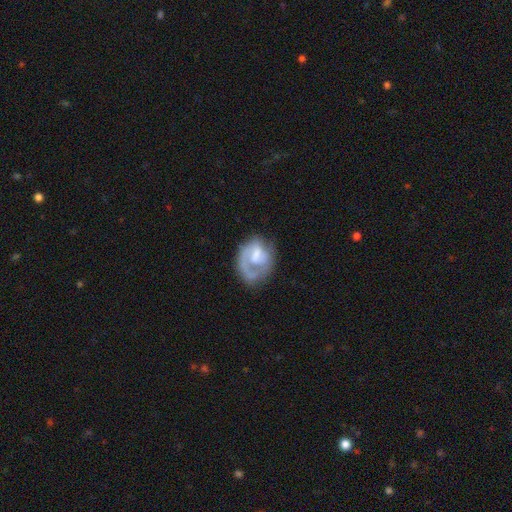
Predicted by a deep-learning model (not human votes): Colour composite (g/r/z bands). It shows a featured or disk galaxy (64%) with no bar (46%), spiral arms (76%) and a moderate central bulge (35%). Merging: none (48%).